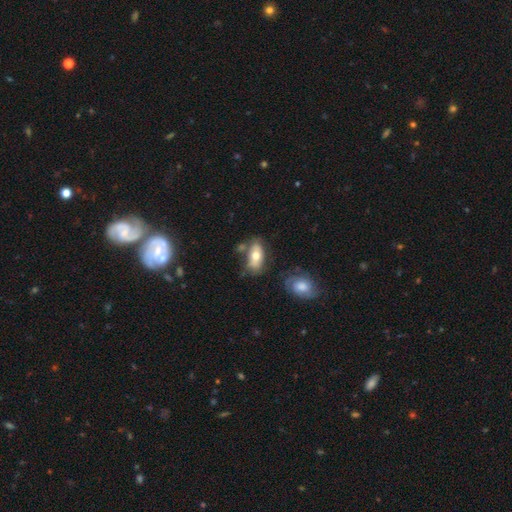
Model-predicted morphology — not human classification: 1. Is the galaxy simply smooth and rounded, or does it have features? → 66% smooth, 27% featured or disk, 6% star or artifact.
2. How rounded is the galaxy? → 88% in between, 8% cigar-shaped, 4% round.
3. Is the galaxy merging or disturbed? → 55% none, 22% minor disturbance, 15% merger, 8% major disturbance.